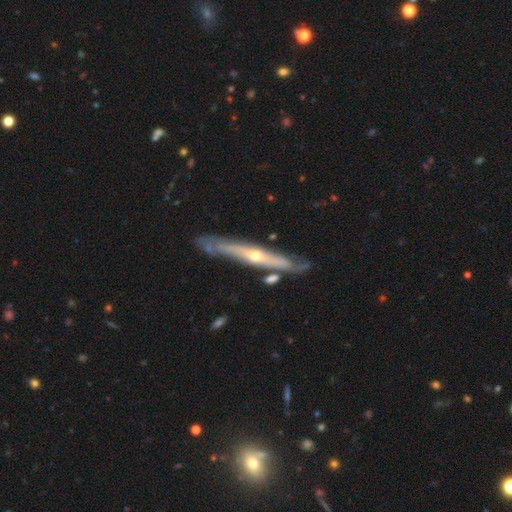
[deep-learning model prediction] This appears to be a featured or disk galaxy (77%) viewed edge-on (83%) with a rounded central bulge (78%). Merging: none (72%).